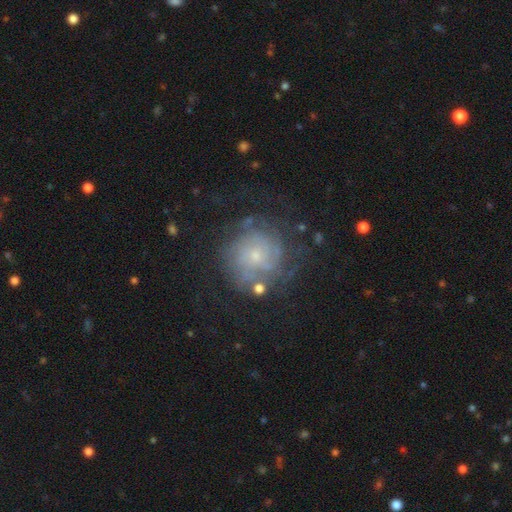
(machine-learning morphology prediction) The model was most divided on "spiral arm count": can't tell: 50%, 2: 14%, 3: 13%, 4: 11%, more than 4: 7%, 1: 5%. More confident: edge-on disk — no (98%); spiral arms — yes (87%); bar — no (78%); smooth or featured — featured or disk (71%); bulge size — small (71%); merging — none (68%); spiral winding — tight (68%).